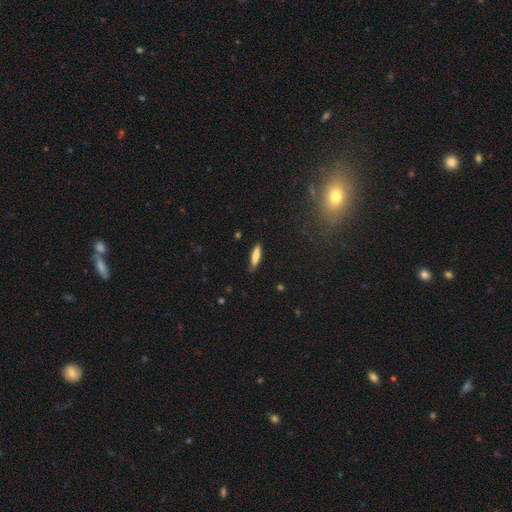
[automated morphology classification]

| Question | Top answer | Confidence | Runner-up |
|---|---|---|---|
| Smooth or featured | smooth | 80% | featured or disk (13%) |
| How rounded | cigar-shaped | 75% | in between (24%) |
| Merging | none | 79% | minor disturbance (16%) |